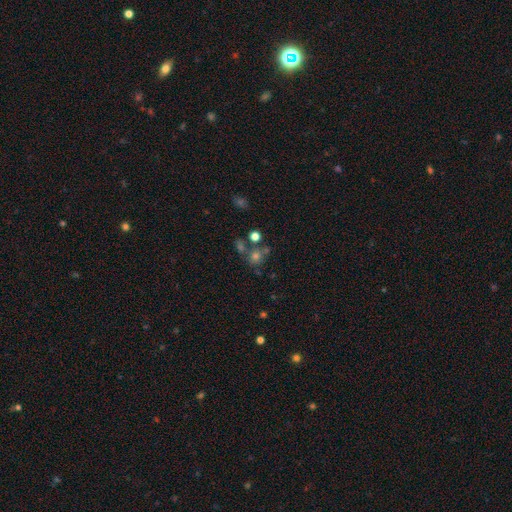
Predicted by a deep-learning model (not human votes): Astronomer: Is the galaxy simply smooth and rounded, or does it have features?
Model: smooth — 61%.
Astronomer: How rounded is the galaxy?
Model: round — 82%.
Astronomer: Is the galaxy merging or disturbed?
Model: none — 58%.